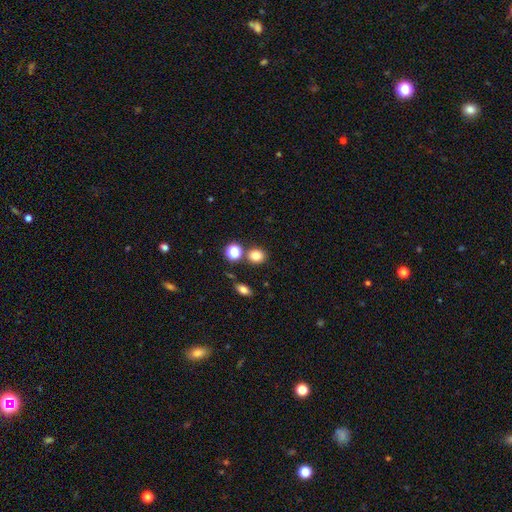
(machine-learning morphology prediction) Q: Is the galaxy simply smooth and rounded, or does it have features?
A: smooth — 81%.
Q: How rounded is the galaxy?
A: round — 70%.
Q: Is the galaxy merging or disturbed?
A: none — 77%.